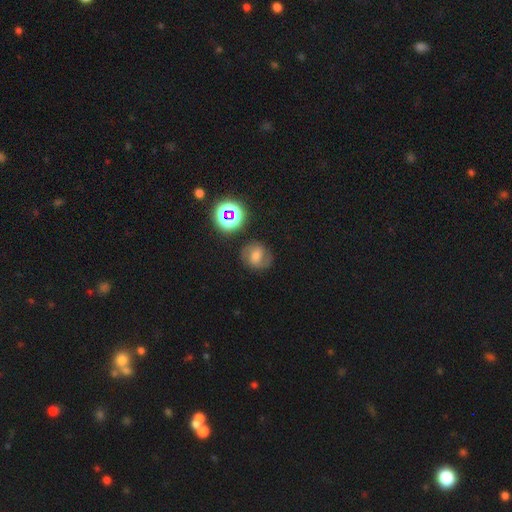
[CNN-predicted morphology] This is possibly a featured or disk galaxy (50%). Merging: likely none (77%).